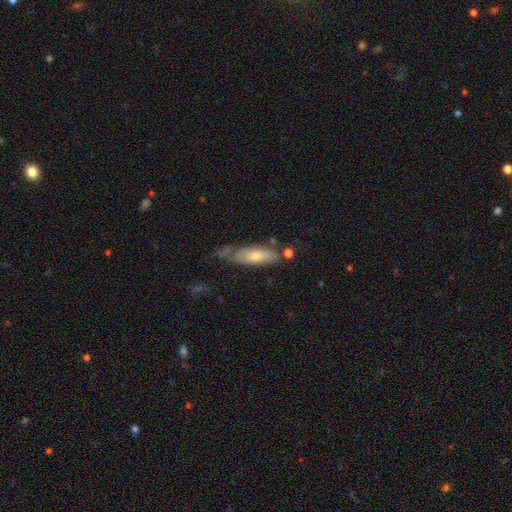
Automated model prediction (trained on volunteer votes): Smooth or featured? smooth (56%)
How rounded? cigar-shaped (49%)
Merging? none (50%)